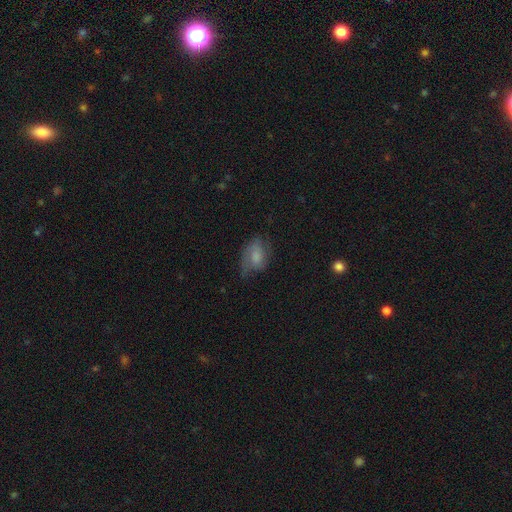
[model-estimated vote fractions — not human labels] Smooth or featured? smooth (59%)
How rounded? in between (78%)
Merging? none (46%)